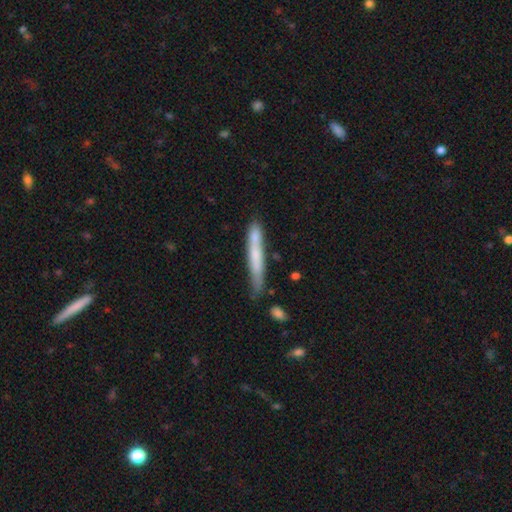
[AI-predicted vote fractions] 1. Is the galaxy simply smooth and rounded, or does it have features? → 59% smooth, 35% featured or disk, 6% star or artifact.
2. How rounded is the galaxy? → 95% cigar-shaped, 4% in between, 1% round.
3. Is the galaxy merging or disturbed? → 67% none, 21% minor disturbance, 7% merger, 4% major disturbance.